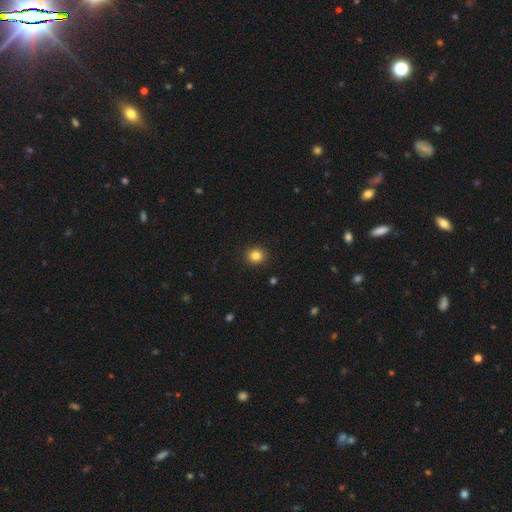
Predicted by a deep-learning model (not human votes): smooth 84%, star or artifact 12%, featured or disk 4%. Down the decision tree: how rounded — round (88%); merging — none (92%).